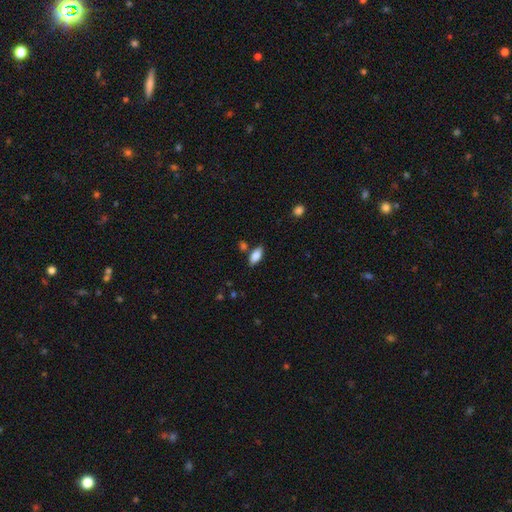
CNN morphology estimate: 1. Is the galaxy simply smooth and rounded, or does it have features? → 82% smooth, 11% featured or disk, 7% star or artifact.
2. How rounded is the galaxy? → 86% in between, 12% cigar-shaped, 2% round.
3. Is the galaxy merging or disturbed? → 79% none, 12% minor disturbance, 6% merger, 3% major disturbance.